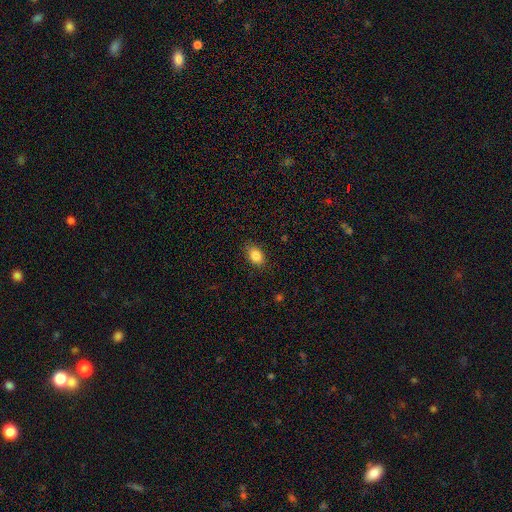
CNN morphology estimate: Q: Smooth or featured?
A: smooth (85%); runner-up: star or artifact (9%)
Q: How rounded?
A: in between (82%); runner-up: round (16%)
Q: Merging?
A: none (86%); runner-up: minor disturbance (10%)